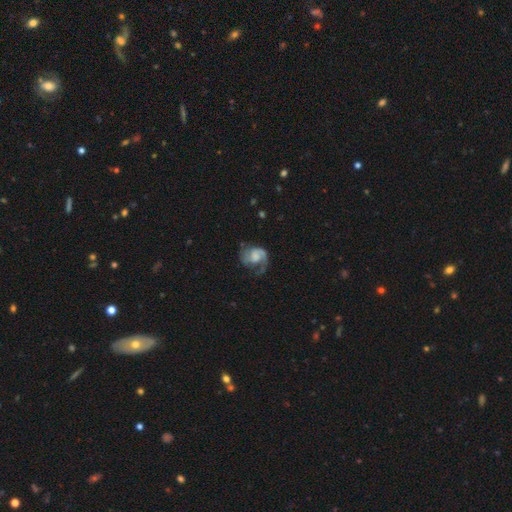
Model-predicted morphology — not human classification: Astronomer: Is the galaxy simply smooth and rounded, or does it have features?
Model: featured or disk — 73%.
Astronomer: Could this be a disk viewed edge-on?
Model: no — 98%.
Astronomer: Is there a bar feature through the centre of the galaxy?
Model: no — 53% (runner-up: weak, 38%).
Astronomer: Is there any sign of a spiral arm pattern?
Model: yes — 91%.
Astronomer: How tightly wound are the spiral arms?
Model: medium — 47% (runner-up: loose, 30%).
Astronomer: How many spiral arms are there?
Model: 2 — 63%.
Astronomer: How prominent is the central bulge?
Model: none — 30% (runner-up: moderate, 26%).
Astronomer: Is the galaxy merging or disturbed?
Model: none — 50% (runner-up: major disturbance, 26%).